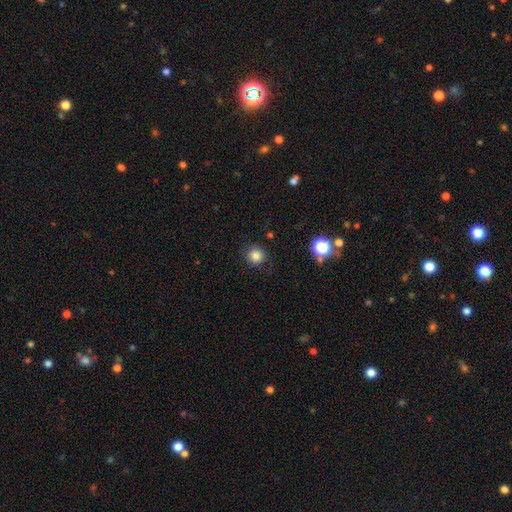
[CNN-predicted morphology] smooth-or-featured: smooth: 83% | star or artifact: 12% | featured or disk: 4%
  how-rounded: round: 94% | in between: 5% | cigar-shaped: 1%
  merging: none: 89% | minor disturbance: 8% | major disturbance: 2% | merger: 1%